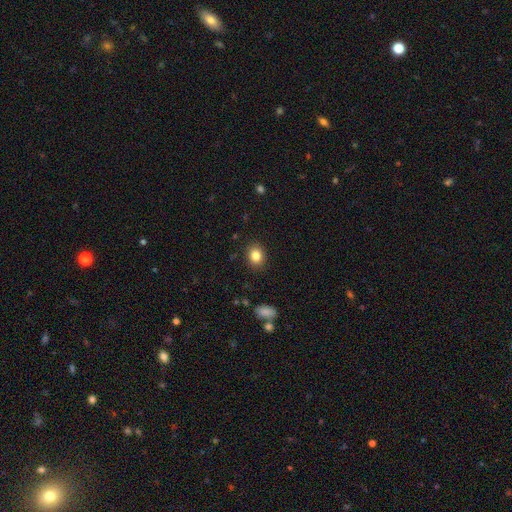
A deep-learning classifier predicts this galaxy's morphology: This appears to be a smooth galaxy with no disk features (84%) that is round (54%). Merging: none (89%).